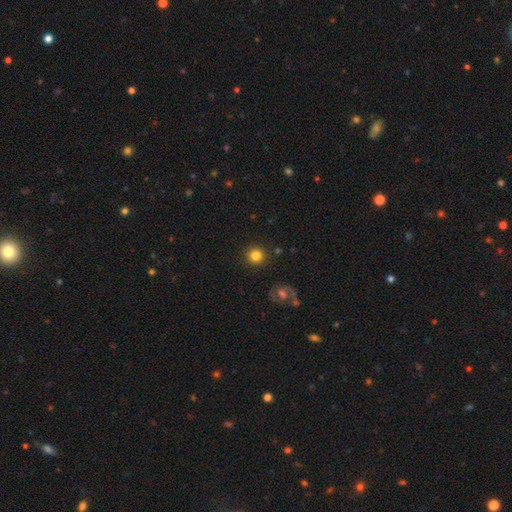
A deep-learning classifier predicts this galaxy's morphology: type=smooth (82%); roundness=round (93%); merging=none (88%).